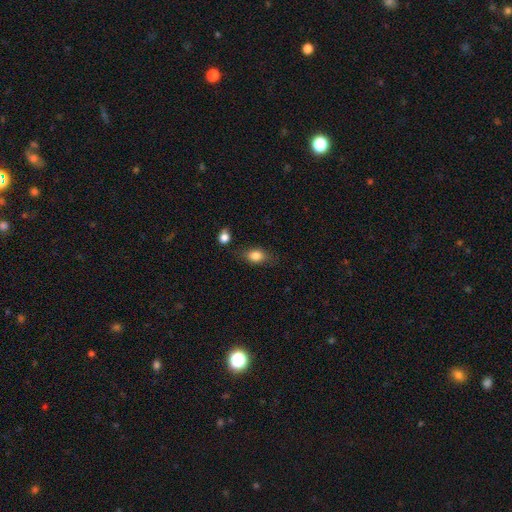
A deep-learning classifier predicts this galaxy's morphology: smooth 82%, featured or disk 9%, star or artifact 9%. Down the decision tree: how rounded — in between (75%); merging — none (72%).